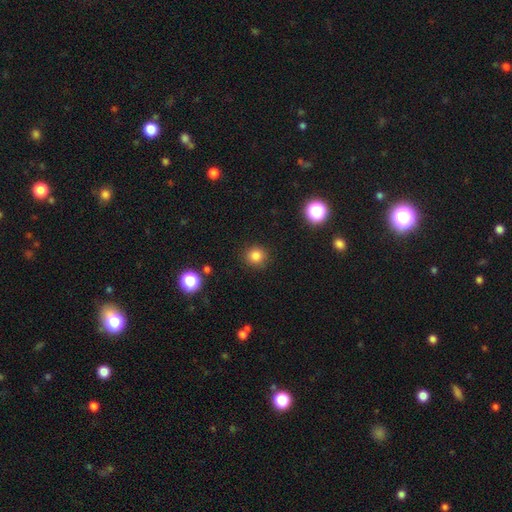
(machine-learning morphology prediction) type=smooth (82%); roundness=round (91%); merging=none (89%).